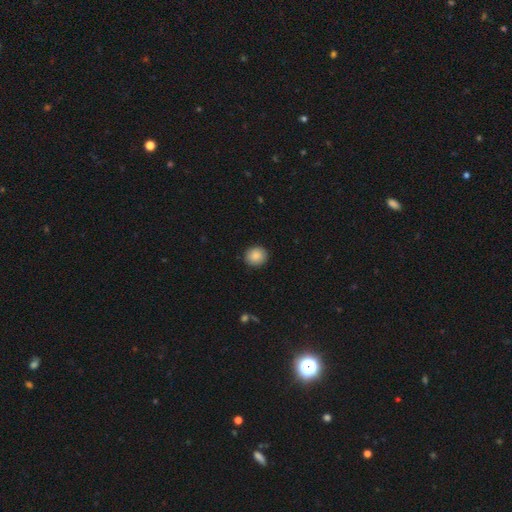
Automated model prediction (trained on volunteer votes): This appears to be a smooth galaxy with no disk features (88%) that is round (87%). Merging: none (90%).